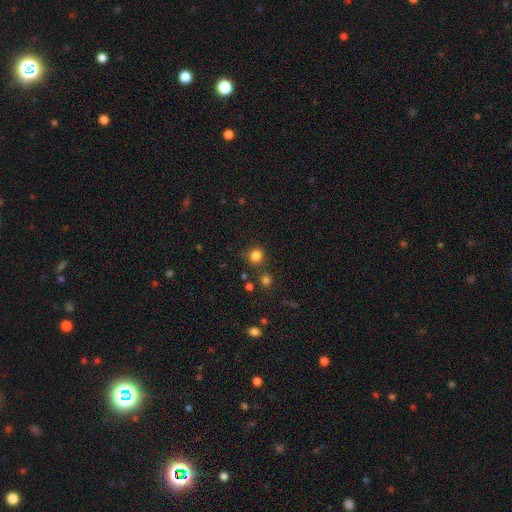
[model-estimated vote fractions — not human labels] smooth_or_featured: smooth (p=0.82) [alt: star or artifact p=0.14]
how_rounded: round (p=0.85) [alt: in between p=0.14]
merging: none (p=0.82) [alt: minor disturbance p=0.09]